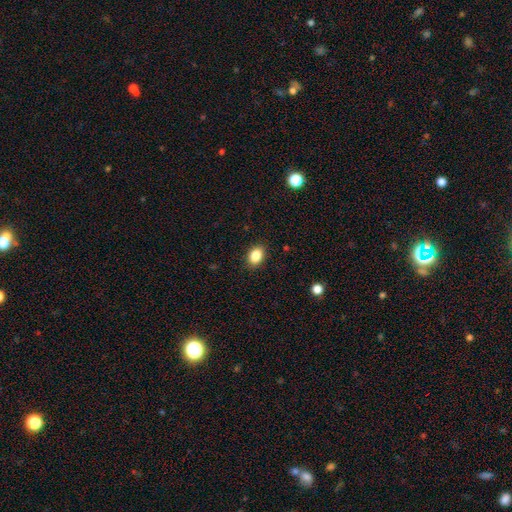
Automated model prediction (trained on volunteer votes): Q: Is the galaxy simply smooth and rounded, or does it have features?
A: smooth — 87%.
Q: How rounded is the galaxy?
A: in between — 77%.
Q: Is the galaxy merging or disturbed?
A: none — 89%.